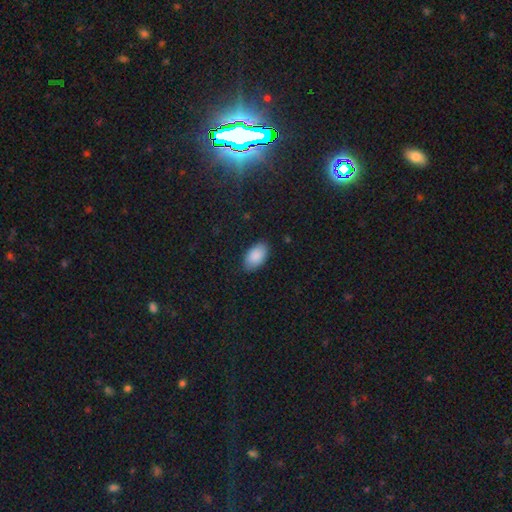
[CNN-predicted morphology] Smooth or featured?
  - smooth: 89% *
  - star or artifact: 7%
  - featured or disk: 4%
How rounded?
  - in between: 95% *
  - round: 4%
  - cigar-shaped: 1%
Merging?
  - none: 86% *
  - minor disturbance: 11%
  - major disturbance: 2%
  - merger: 1%